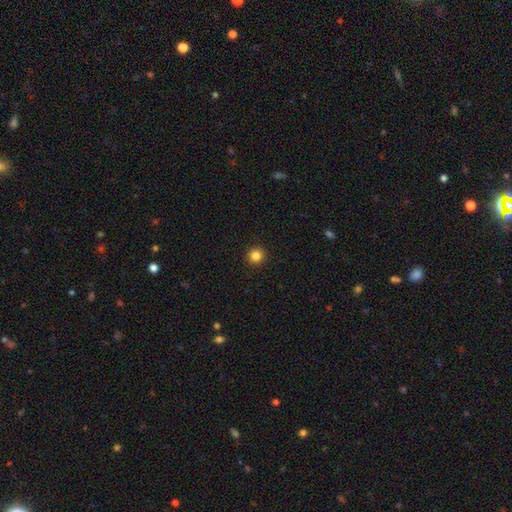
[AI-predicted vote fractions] A smooth galaxy with no disk features (84%) that is round (95%). Merging: none (93%).